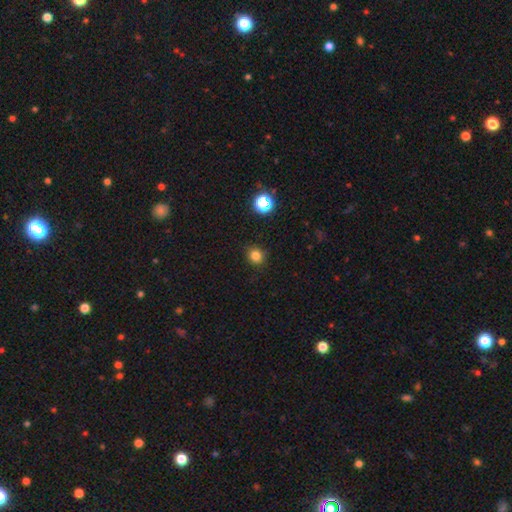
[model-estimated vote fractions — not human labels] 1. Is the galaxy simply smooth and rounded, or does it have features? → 81% smooth, 15% star or artifact, 4% featured or disk.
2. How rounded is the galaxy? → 85% round, 14% in between, 1% cigar-shaped.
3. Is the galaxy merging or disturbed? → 89% none, 8% minor disturbance, 2% major disturbance, 1% merger.